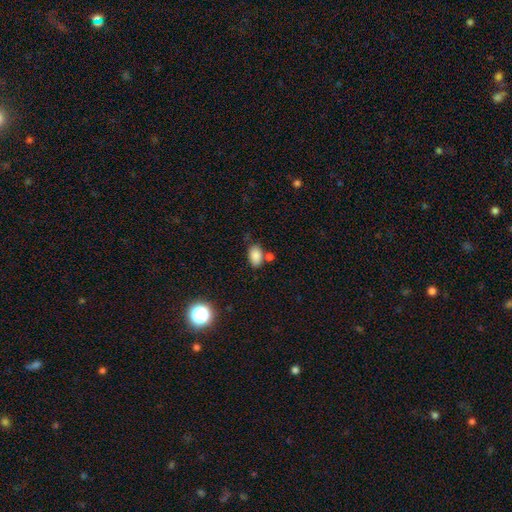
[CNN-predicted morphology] This is clearly a smooth galaxy (85%). How rounded: clearly in between (89%). Merging: likely none (64%).